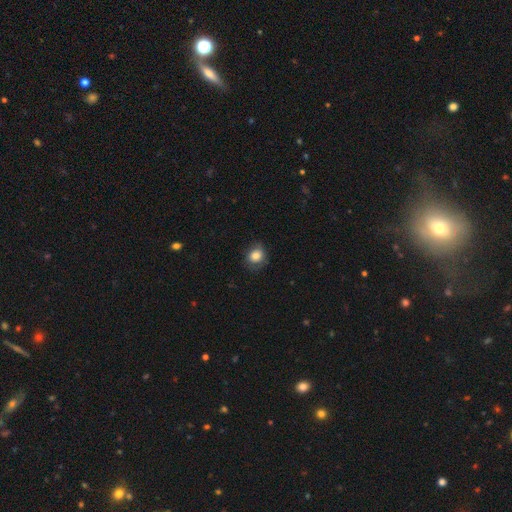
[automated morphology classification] Smooth or featured? smooth (81%)
How rounded? round (69%)
Merging? none (73%)